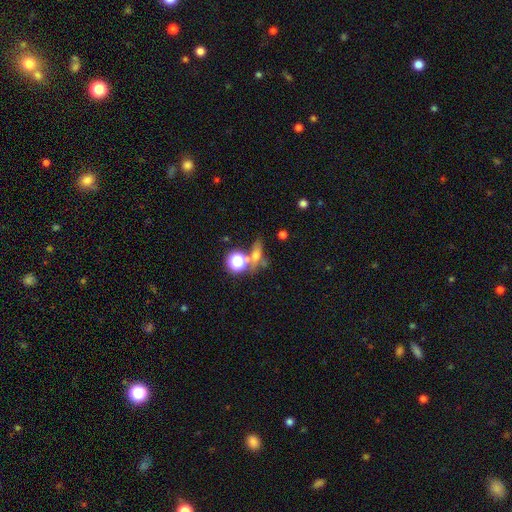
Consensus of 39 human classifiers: Smooth or featured?
  - smooth: 56% *
  - featured or disk: 33%
  - star or artifact: 10%
How rounded?
  - in between: 36% * (tied)
  - cigar-shaped: 36% * (tied)
  - round: 27%
Merging?
  - none: 63% *
  - minor disturbance: 14%
  - merger: 14%
  - major disturbance: 9%